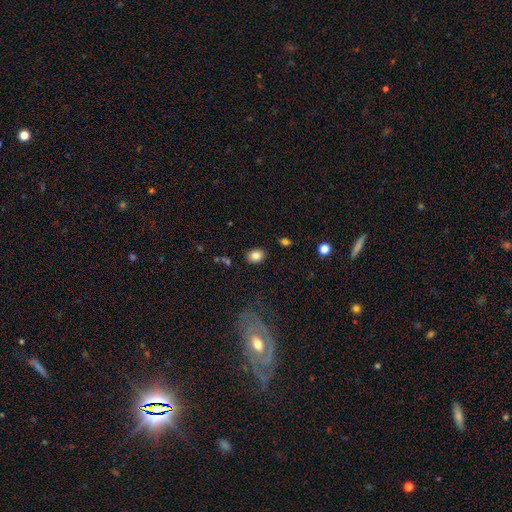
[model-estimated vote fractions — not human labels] smooth_or_featured: smooth (p=0.83) [alt: star or artifact p=0.10]
how_rounded: in between (p=0.63) [alt: round p=0.36]
merging: none (p=0.86) [alt: minor disturbance p=0.09]